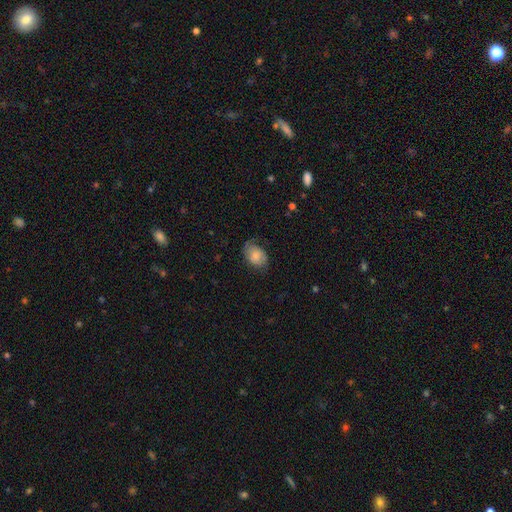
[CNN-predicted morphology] type=smooth (55%); roundness=in between (79%); merging=none (59%).